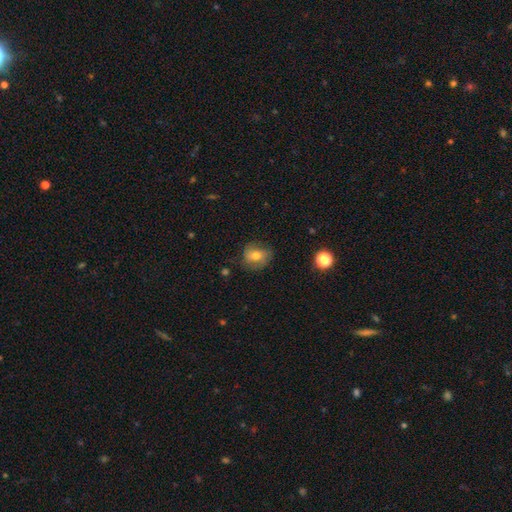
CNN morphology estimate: Smooth or featured?
  - smooth: 56% *
  - featured or disk: 35%
  - star or artifact: 10%
How rounded?
  - round: 58% *
  - in between: 40%
  - cigar-shaped: 1%
Merging?
  - none: 66% *
  - minor disturbance: 23%
  - major disturbance: 9%
  - merger: 2%